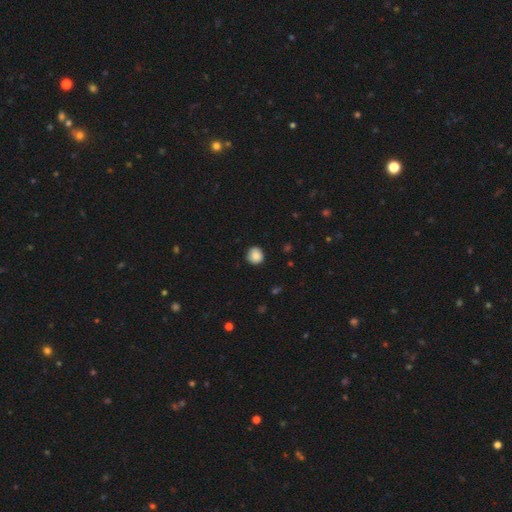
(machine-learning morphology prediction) A smooth galaxy with no disk features (87%) that is round (92%).

Vote fractions:
- Smooth or featured? smooth: 87% / star or artifact: 9% / featured or disk: 5%
- How rounded? round: 92% / in between: 7% / cigar-shaped: 1%
- Merging? none: 87% / minor disturbance: 10% / major disturbance: 2% / merger: 1%